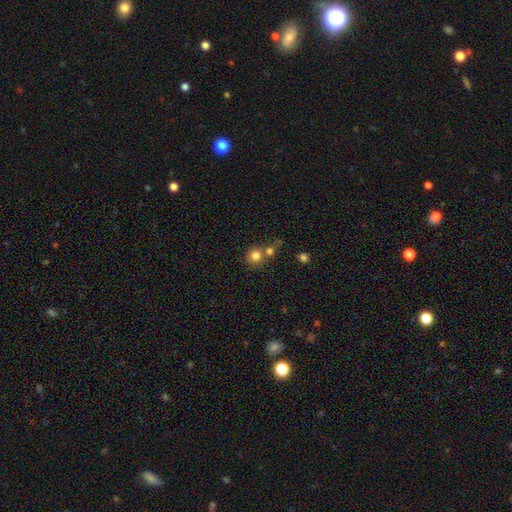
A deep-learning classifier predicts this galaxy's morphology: Q: Smooth or featured?
A: smooth (80%); runner-up: star or artifact (12%)
Q: How rounded?
A: round (89%); runner-up: in between (10%)
Q: Merging?
A: none (53%); runner-up: merger (36%)